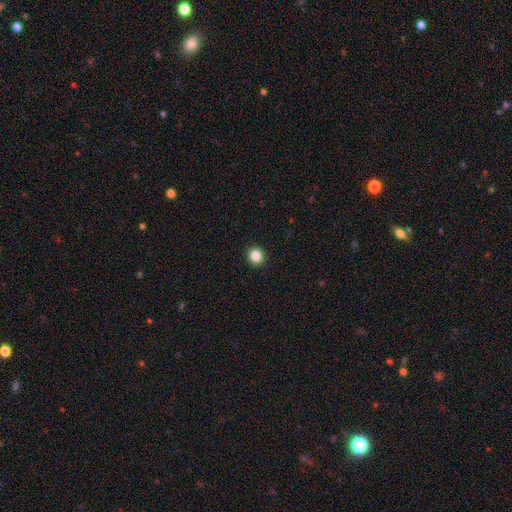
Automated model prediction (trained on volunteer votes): Smooth or featured: smooth — 86% (star or artifact — 10%)
How rounded: round — 86% (in between — 13%)
Merging: none — 92% (minor disturbance — 6%)